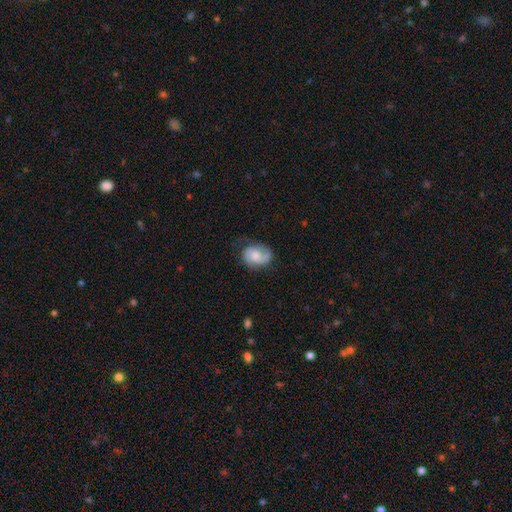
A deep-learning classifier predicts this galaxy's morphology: The model was most divided on "spiral winding": medium: 46%, tight: 31%, loose: 23%. Remaining: edge-on disk — no (97%); spiral arms — yes (91%); spiral arm count — 2 (79%); merging — none (67%); bar — no (61%); smooth or featured — featured or disk (61%); bulge size — moderate (47%).